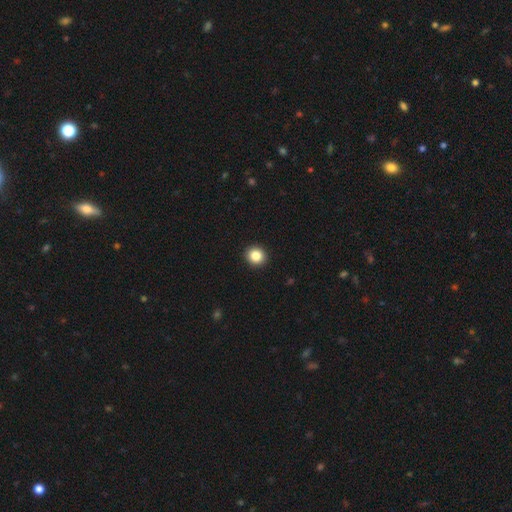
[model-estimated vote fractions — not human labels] The model was most divided on "smooth or featured": smooth: 85%, star or artifact: 10%, featured or disk: 5%. More confident: merging — none (93%); how rounded — round (89%).